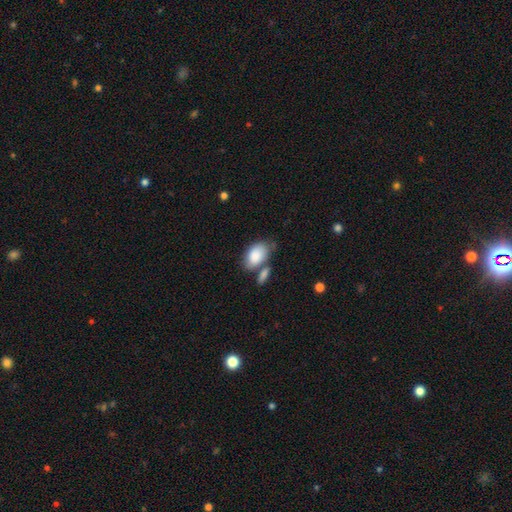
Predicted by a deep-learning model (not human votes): Q: Smooth or featured?
A: smooth (85%); runner-up: featured or disk (9%)
Q: How rounded?
A: in between (91%); runner-up: round (8%)
Q: Merging?
A: none (46%); runner-up: merger (29%)